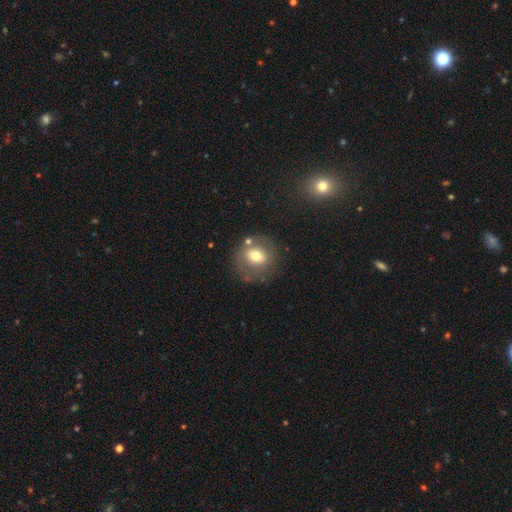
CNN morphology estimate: Smooth or featured?
  - smooth: 64% *
  - featured or disk: 26%
  - star or artifact: 10%
How rounded?
  - round: 80% *
  - in between: 19%
  - cigar-shaped: 1%
Merging?
  - none: 70% *
  - minor disturbance: 15%
  - merger: 8%
  - major disturbance: 7%